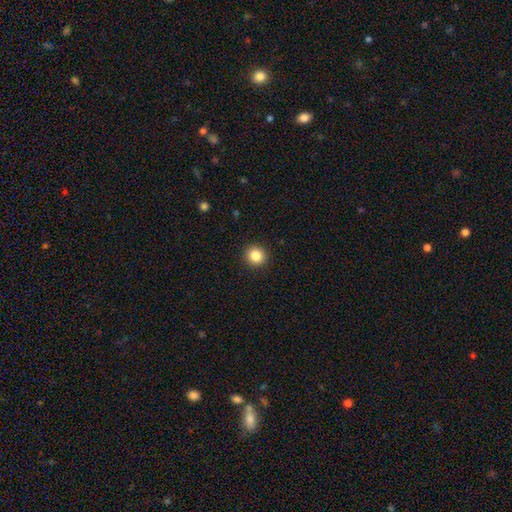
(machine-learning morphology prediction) The model was most divided on "smooth or featured": smooth: 86%, star or artifact: 10%, featured or disk: 4%. More confident: merging — none (92%); how rounded — round (92%).